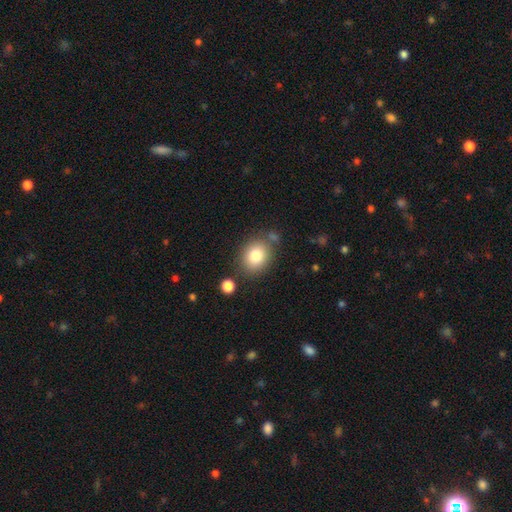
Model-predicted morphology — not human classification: The model was most divided on "how rounded": round: 53%, in between: 46%, cigar-shaped: 1%. More confident: smooth or featured — smooth (82%); merging — none (76%).